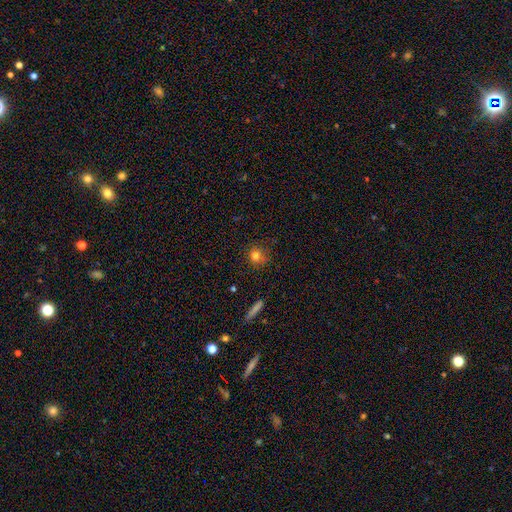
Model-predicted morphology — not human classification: Smooth or featured: smooth — 78% (star or artifact — 14%)
How rounded: round — 85% (in between — 13%)
Merging: none — 77% (minor disturbance — 16%)